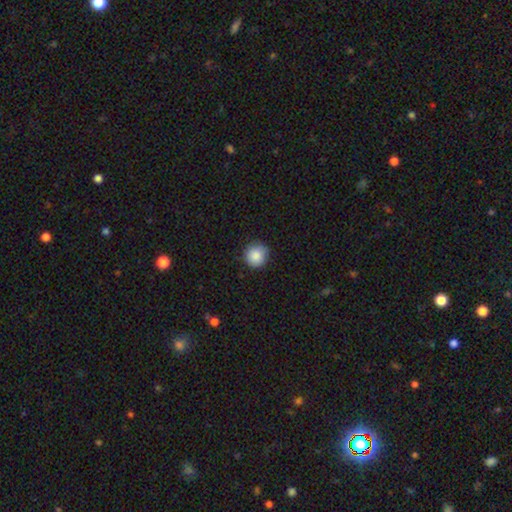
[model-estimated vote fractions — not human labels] The model was most divided on "merging": none: 85%, minor disturbance: 12%, major disturbance: 2%, merger: 1%. More confident: how rounded — round (94%); smooth or featured — smooth (88%).